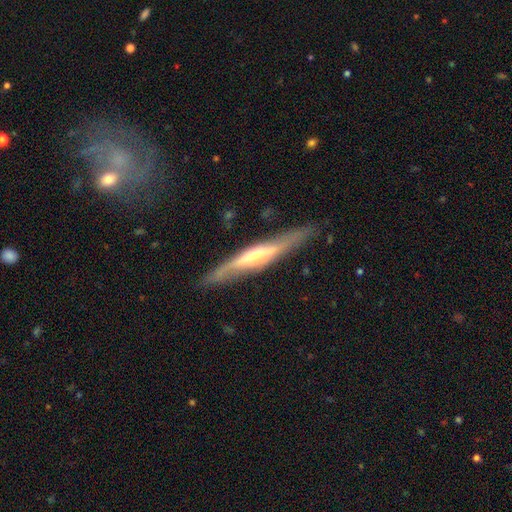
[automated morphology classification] smooth_or_featured: featured or disk (p=0.67) [alt: smooth p=0.27]
disk_edge_on: yes (p=0.83) [alt: no p=0.17]
edge_on_bulge: rounded (p=0.64) [alt: none p=0.23]
merging: none (p=0.82) [alt: minor disturbance p=0.13]